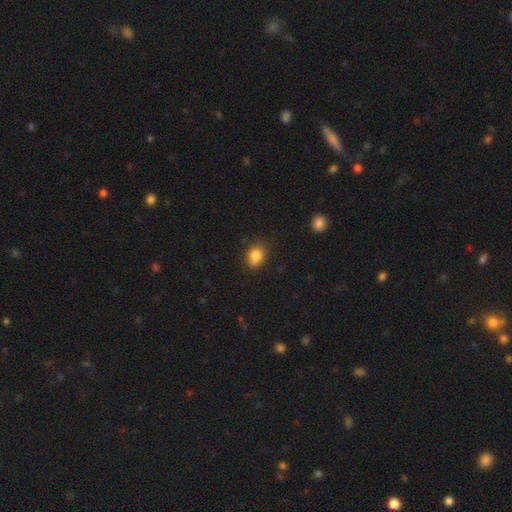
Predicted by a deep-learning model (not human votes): smooth 85%, star or artifact 9%, featured or disk 6%. Down the decision tree: how rounded — in between (59%); merging — none (81%).